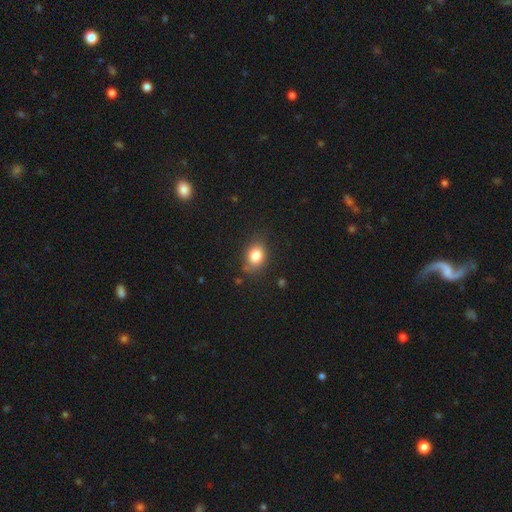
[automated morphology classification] This is clearly a smooth galaxy (82%). How rounded: likely in between (63%). Merging: likely none (73%).